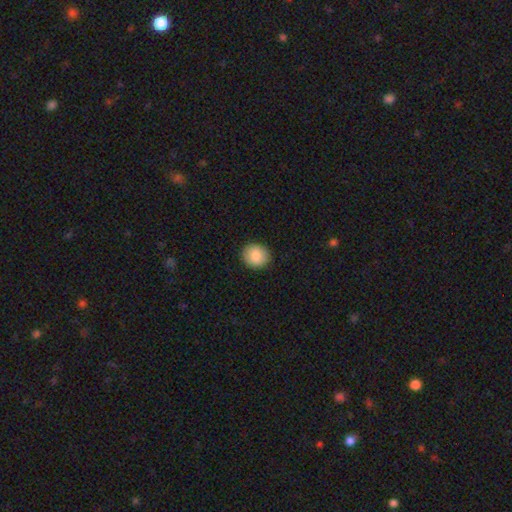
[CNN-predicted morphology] smooth 86%, star or artifact 8%, featured or disk 6%. Down the decision tree: how rounded — round (83%); merging — none (90%).